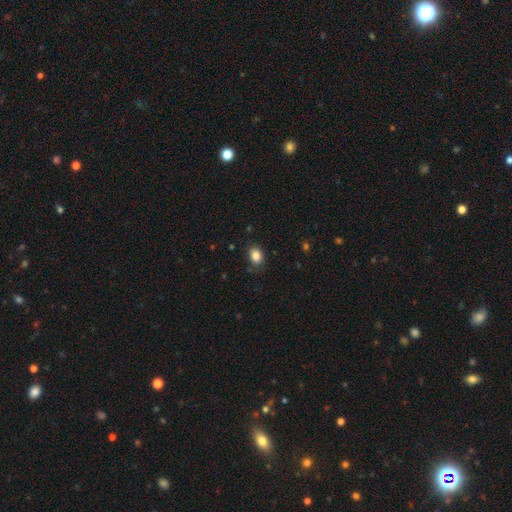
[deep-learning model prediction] Q: Smooth or featured?
A: smooth (86%); runner-up: star or artifact (9%)
Q: How rounded?
A: in between (67%); runner-up: round (32%)
Q: Merging?
A: none (80%); runner-up: minor disturbance (15%)